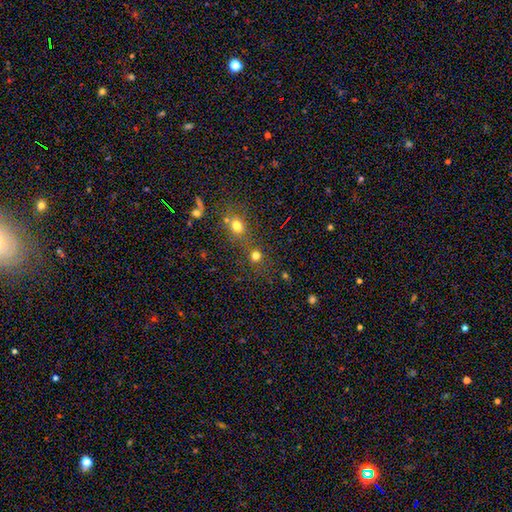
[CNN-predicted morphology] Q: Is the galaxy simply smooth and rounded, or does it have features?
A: smooth — 71%.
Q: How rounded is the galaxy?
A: round — 86%.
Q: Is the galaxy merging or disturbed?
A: none — 62%.